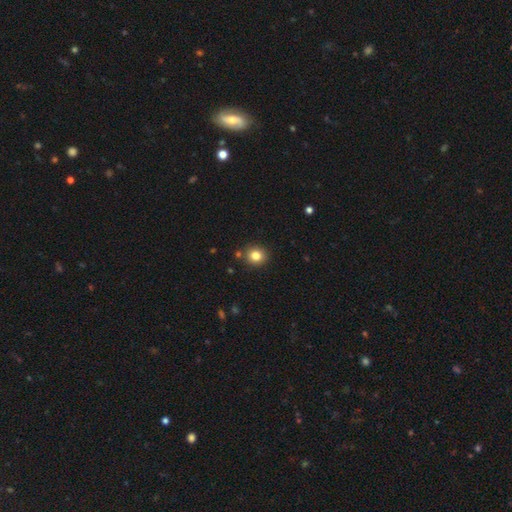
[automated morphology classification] Smooth or featured? Predicted: smooth (p=0.82). How rounded? Predicted: round (p=0.86). Merging? Predicted: none (p=0.86).